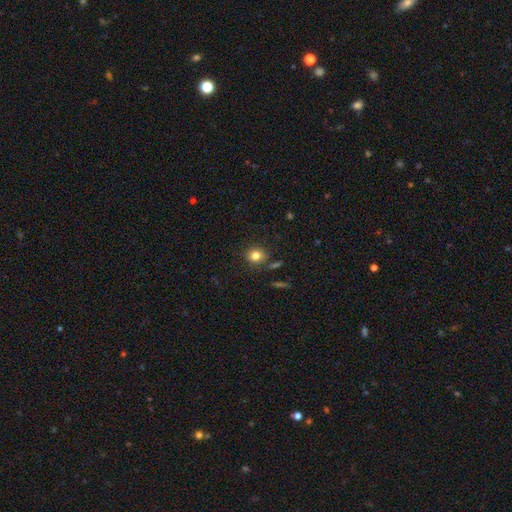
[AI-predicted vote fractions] Smooth or featured? smooth (80%)
How rounded? round (81%)
Merging? none (83%)